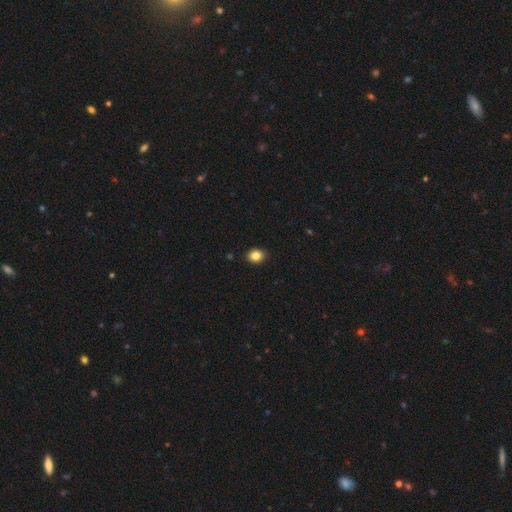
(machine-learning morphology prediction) This appears to be a smooth galaxy with no disk features (85%) that is round (50%). Merging: none (90%).